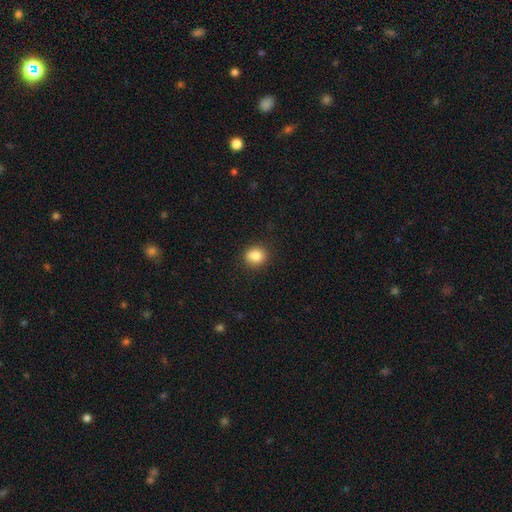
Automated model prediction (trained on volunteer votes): Morphology: type=smooth (85%); roundness=round (73%); merging=none (89%).